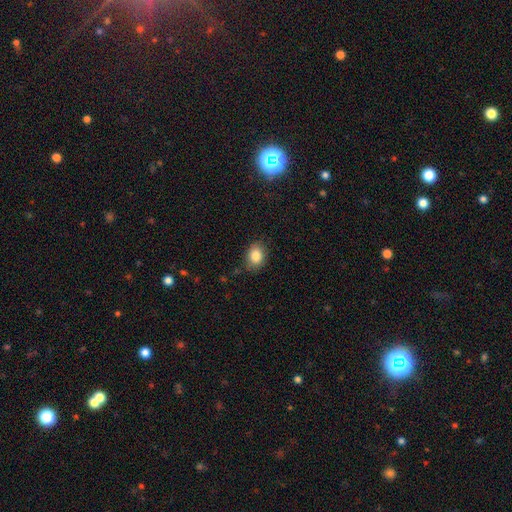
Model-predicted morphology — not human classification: A smooth galaxy with no disk features (85%) that is in between round and cigar-shaped (70%). Merging: none (80%).